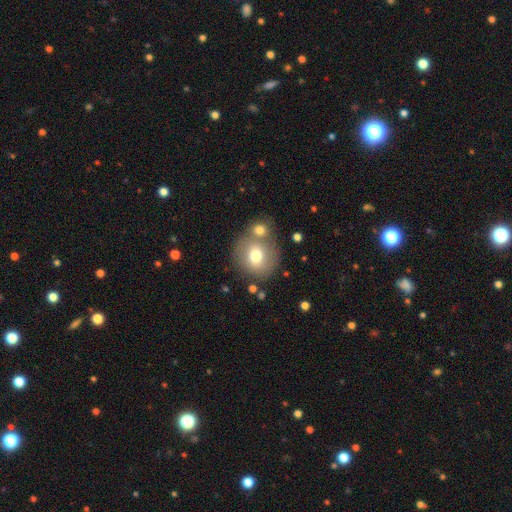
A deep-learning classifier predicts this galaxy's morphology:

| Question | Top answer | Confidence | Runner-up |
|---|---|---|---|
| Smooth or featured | smooth | 71% | featured or disk (20%) |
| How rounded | round | 87% | in between (12%) |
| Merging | none | 58% | merger (26%) |